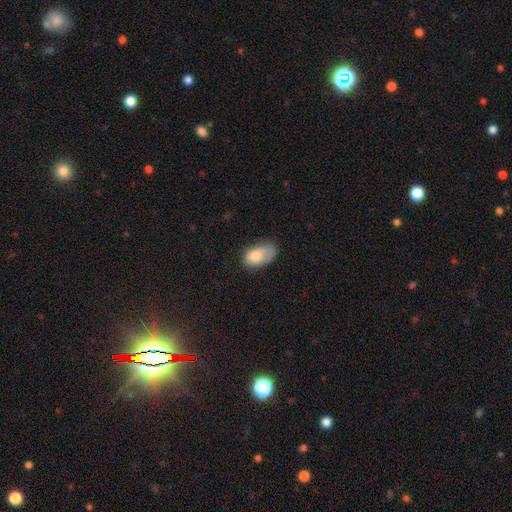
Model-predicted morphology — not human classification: This appears to be a smooth galaxy with no disk features (79%) that is in between round and cigar-shaped (92%). Merging: minor disturbance (39%).